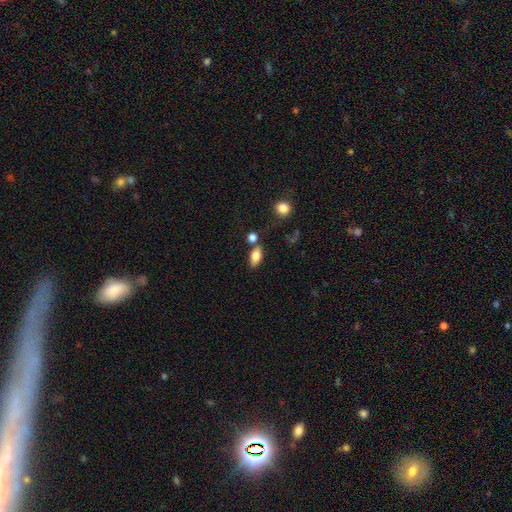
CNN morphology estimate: Overall: smooth (79%). How rounded: in between (85%). Merging: none (69%).